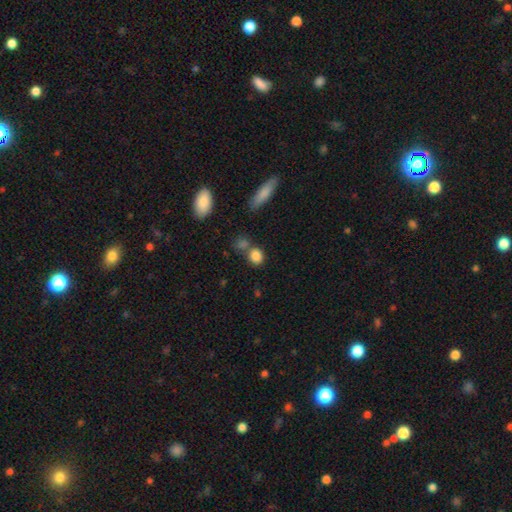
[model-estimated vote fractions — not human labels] A smooth galaxy with no disk features (84%) that is round (59%).

Vote fractions:
- Smooth or featured? smooth: 84% / star or artifact: 10% / featured or disk: 6%
- How rounded? round: 59% / in between: 38% / cigar-shaped: 3%
- Merging? none: 59% / merger: 24% / minor disturbance: 12% / major disturbance: 5%